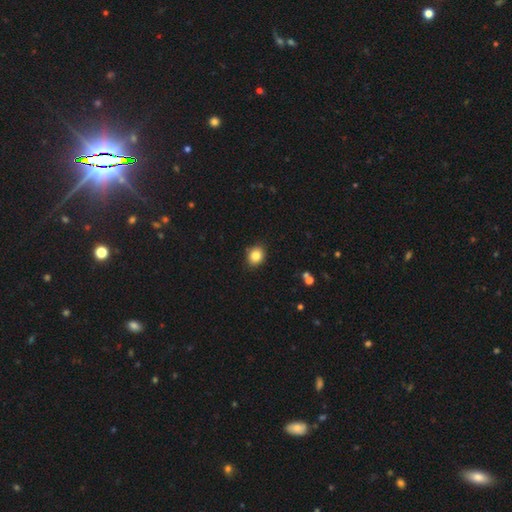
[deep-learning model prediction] The model was most divided on "how rounded": round: 55%, in between: 44%, cigar-shaped: 1%. More confident: merging — none (86%); smooth or featured — smooth (84%).